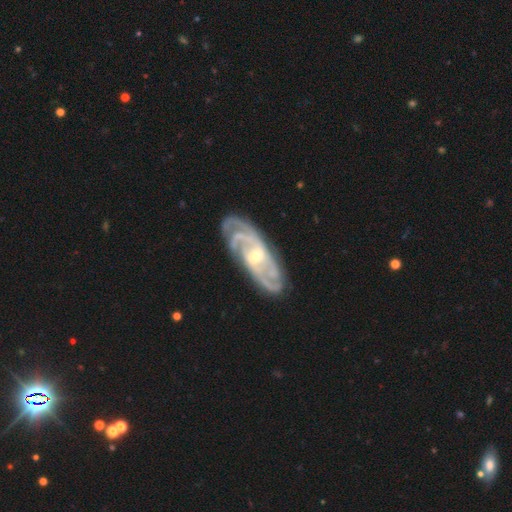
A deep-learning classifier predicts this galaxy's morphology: Overall: featured or disk (91%). Edge-on disk: no (93%). Bar: weak (44%; no 38%). Spiral arms: yes (98%). Spiral arm count: 3 (34%; 2 23%). Spiral winding: tight (53%; medium 39%). Bulge size: small (48%, tied with moderate). Merging: none (80%).